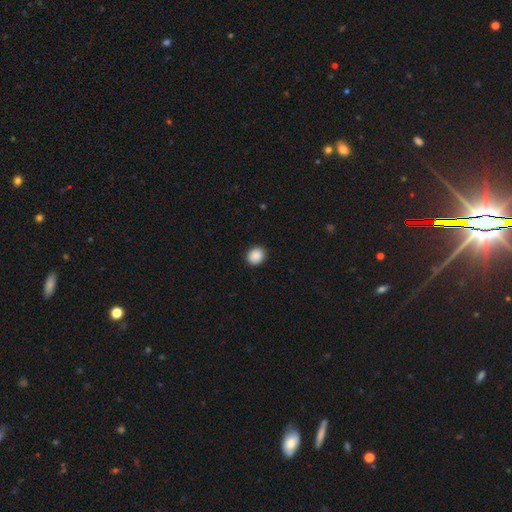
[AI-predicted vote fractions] Smooth or featured? smooth (89%)
How rounded? round (72%)
Merging? none (92%)